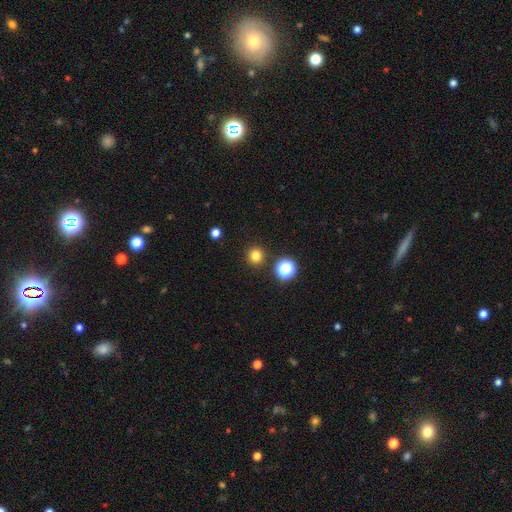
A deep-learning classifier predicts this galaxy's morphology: This appears to be a smooth galaxy with no disk features (79%) that is round (95%). Merging: none (90%).